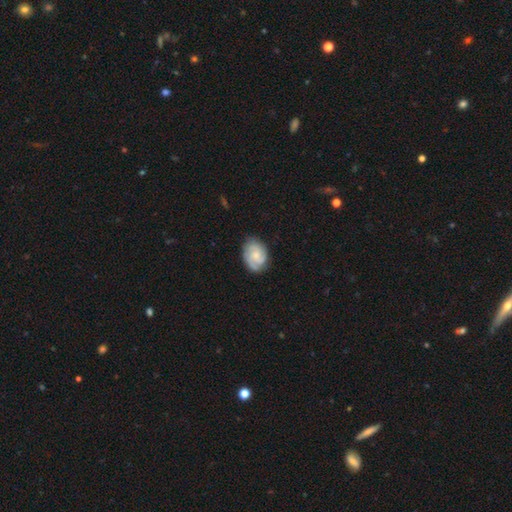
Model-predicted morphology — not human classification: A featured or disk galaxy (66%) with no bar (66%), 2 (38%) tight (51%) spiral arms (94%) and a small central bulge (48%). Merging: none (76%).